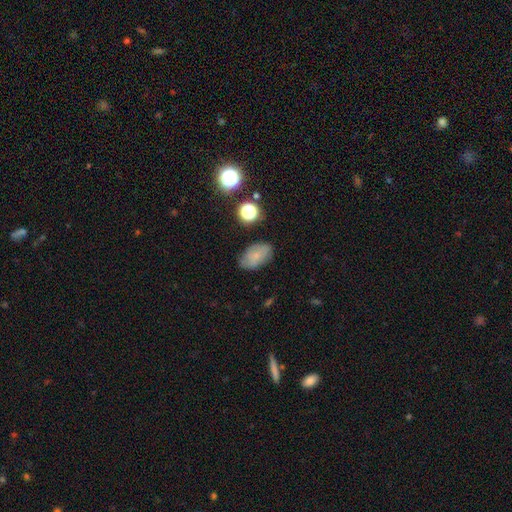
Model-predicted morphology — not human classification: smooth 70%, featured or disk 18%, star or artifact 12%. Down the decision tree: how rounded — in between (88%); merging — none (74%).